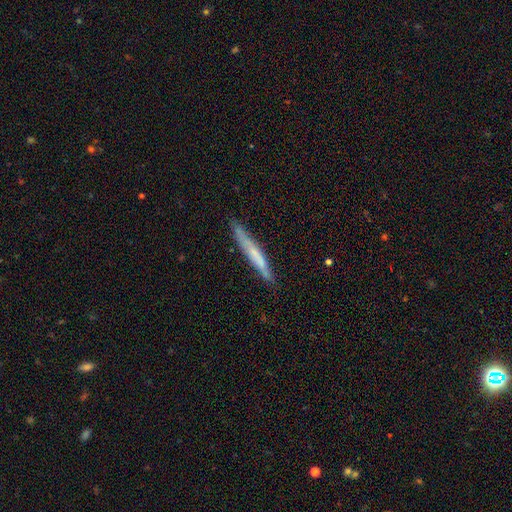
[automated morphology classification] Overall: smooth (50%; featured or disk 44%). How rounded: cigar-shaped (96%). Merging: none (82%).